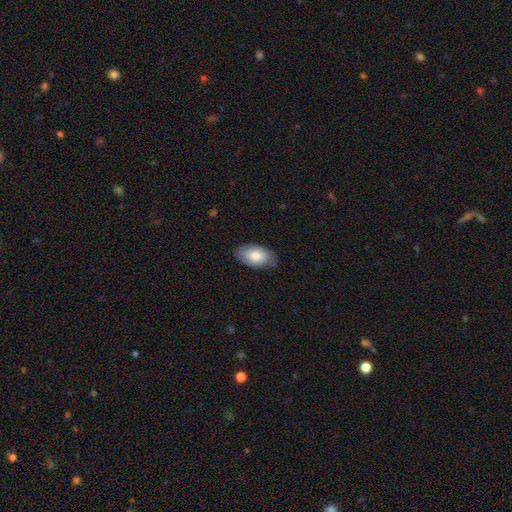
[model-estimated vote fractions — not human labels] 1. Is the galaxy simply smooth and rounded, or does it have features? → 82% smooth, 13% featured or disk, 6% star or artifact.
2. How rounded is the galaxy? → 95% in between, 3% round, 2% cigar-shaped.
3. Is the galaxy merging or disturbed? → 81% none, 15% minor disturbance, 3% major disturbance, 1% merger.